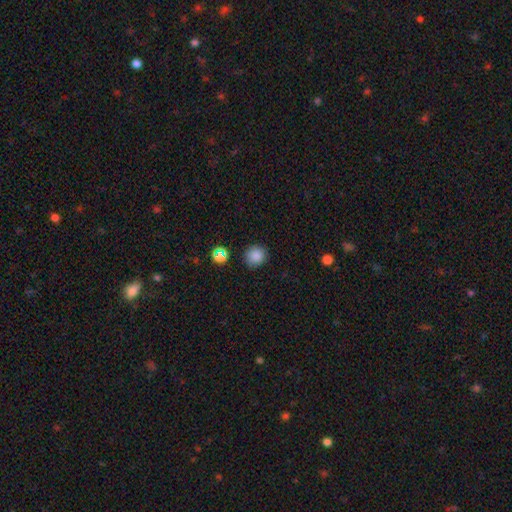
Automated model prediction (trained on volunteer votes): The model was most divided on "smooth or featured": smooth: 84%, star or artifact: 12%, featured or disk: 4%. More confident: how rounded — round (89%); merging — none (85%).